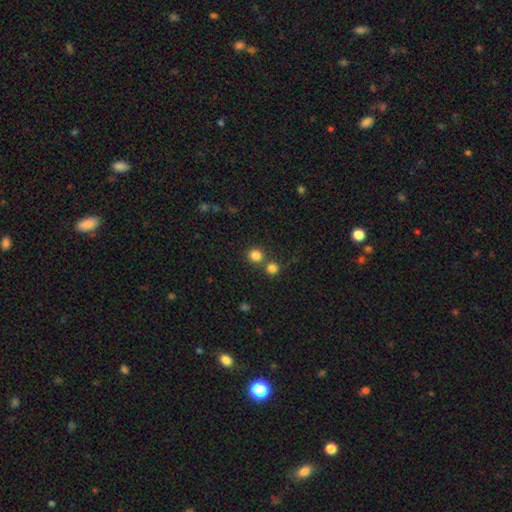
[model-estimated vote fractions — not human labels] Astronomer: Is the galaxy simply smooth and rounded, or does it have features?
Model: smooth — 82%.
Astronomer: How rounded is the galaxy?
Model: round — 91%.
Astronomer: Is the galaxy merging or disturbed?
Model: none — 71%.